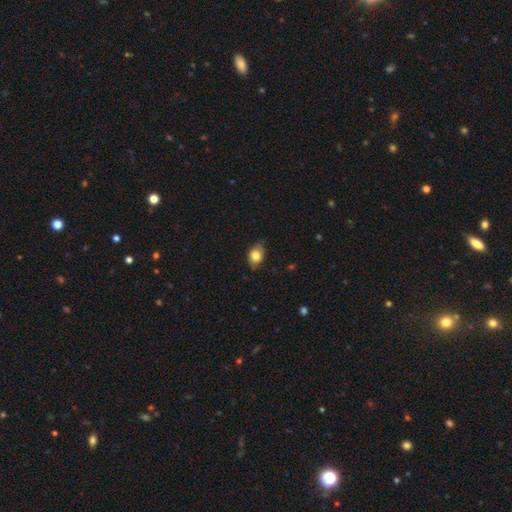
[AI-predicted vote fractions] smooth 79%, featured or disk 13%, star or artifact 8%. Down the decision tree: how rounded — in between (73%); merging — none (69%).